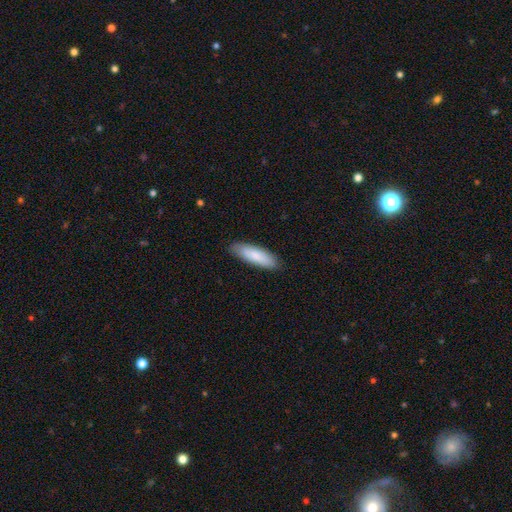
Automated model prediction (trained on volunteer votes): A smooth galaxy with no disk features (83%) that is cigar-shaped (54%).

Vote fractions:
- Smooth or featured? smooth: 83% / featured or disk: 11% / star or artifact: 5%
- How rounded? cigar-shaped: 54% / in between: 44% / round: 1%
- Merging? none: 86% / minor disturbance: 11% / major disturbance: 2% / merger: 1%